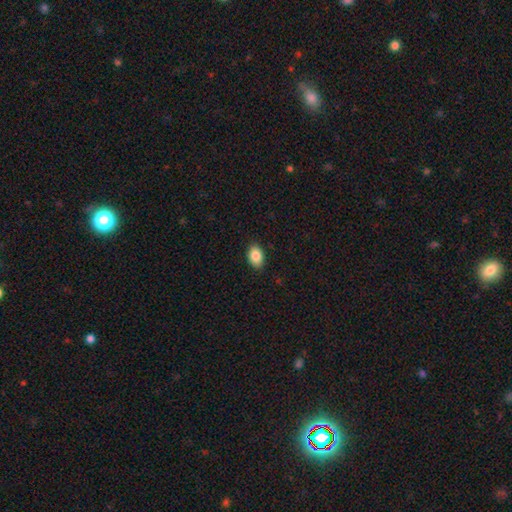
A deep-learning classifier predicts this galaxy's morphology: type=smooth (86%); roundness=in between (87%); merging=none (88%).